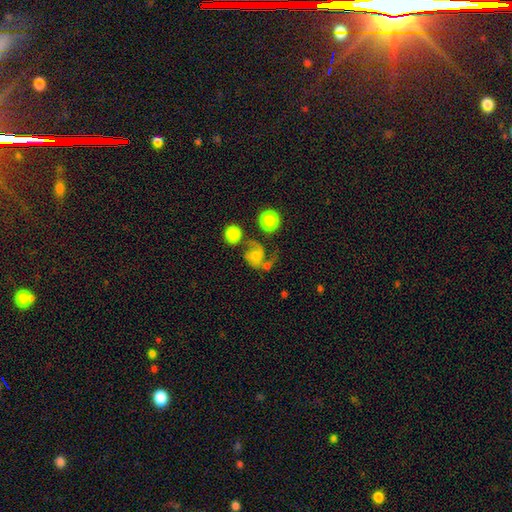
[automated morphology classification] smooth-or-featured: featured or disk: 53% | smooth: 36% | star or artifact: 12%
  disk-edge-on: no: 98% | yes: 2%
    bar: no: 70% | weak: 24% | strong: 5%
    has-spiral-arms: yes: 86% | no: 14%
    bulge-size: none: 33% | small: 29% | moderate: 25% | large: 10% | dominant: 4%
  merging: none: 37% | major disturbance: 25% | merger: 21% | minor disturbance: 18%